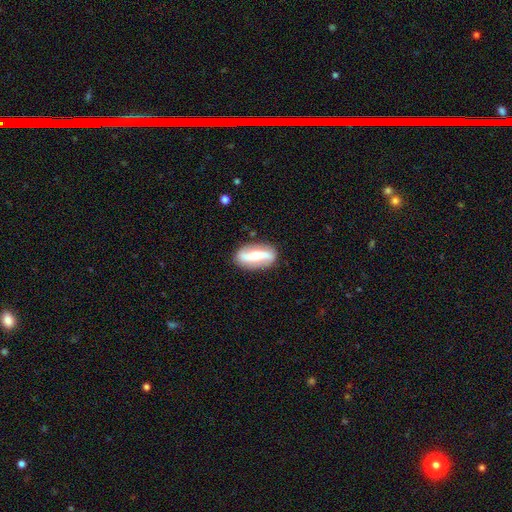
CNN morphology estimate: type=featured or disk (71%); edge-on=no (80%); bar=strong (59%); spiral arms=yes (68%); bulge=moderate (61%); merging=none (86%).